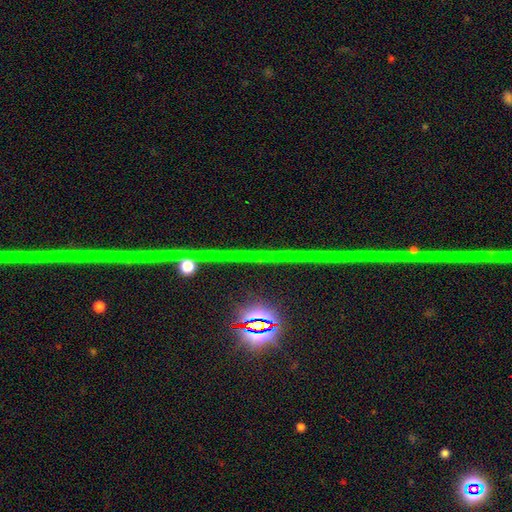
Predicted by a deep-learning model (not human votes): Q: Smooth or featured?
A: star or artifact (85%); runner-up: featured or disk (9%)